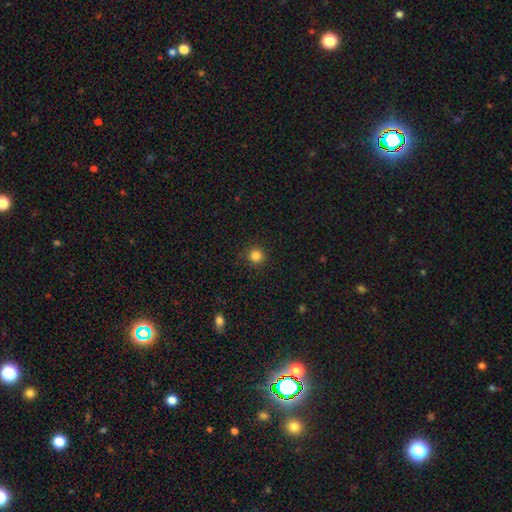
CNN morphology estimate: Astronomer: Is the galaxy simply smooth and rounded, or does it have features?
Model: smooth — 83%.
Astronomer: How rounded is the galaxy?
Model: round — 95%.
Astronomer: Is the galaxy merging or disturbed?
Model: none — 90%.